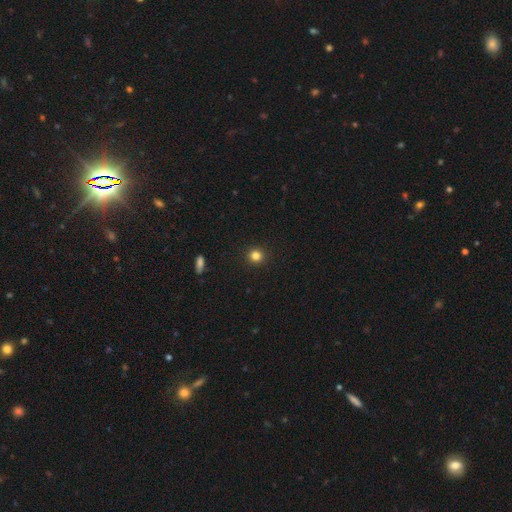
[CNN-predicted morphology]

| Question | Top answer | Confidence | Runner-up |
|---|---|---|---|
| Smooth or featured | smooth | 83% | star or artifact (13%) |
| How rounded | round | 92% | in between (7%) |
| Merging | none | 93% | minor disturbance (5%) |